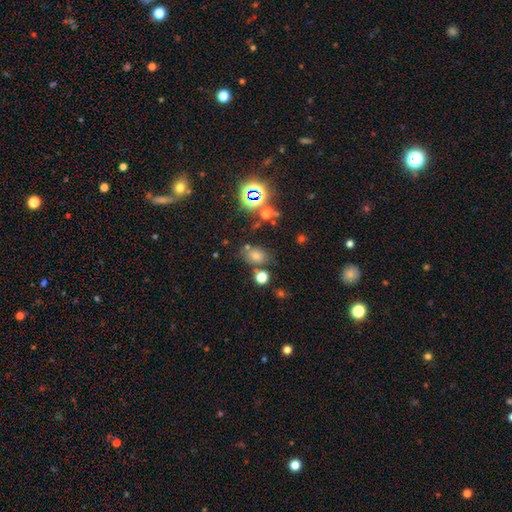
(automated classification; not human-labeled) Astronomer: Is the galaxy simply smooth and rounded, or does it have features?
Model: smooth — 63%.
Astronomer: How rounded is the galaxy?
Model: in between — 64%.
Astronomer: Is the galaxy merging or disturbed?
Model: none — 67%.